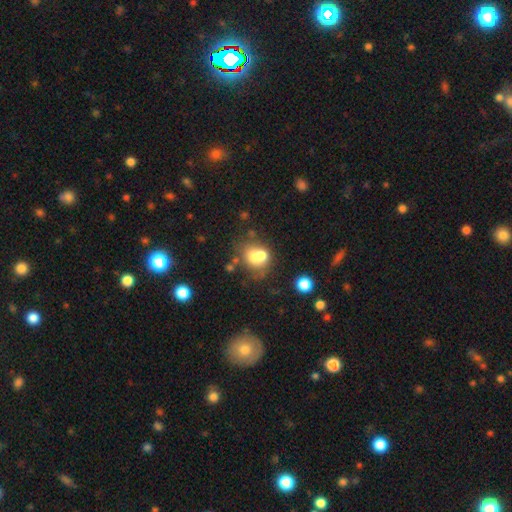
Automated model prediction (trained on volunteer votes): Morphology: type=smooth (65%); roundness=round (59%); merging=merger (50%).